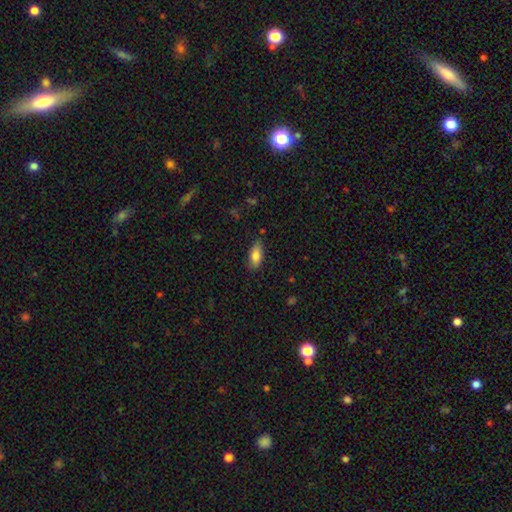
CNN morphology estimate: The model was most divided on "merging": none: 82%, minor disturbance: 14%, major disturbance: 3%, merger: 1%. More confident: how rounded — in between (83%); smooth or featured — smooth (82%).